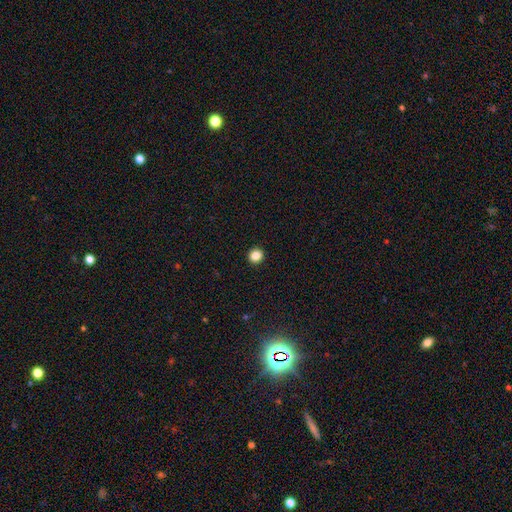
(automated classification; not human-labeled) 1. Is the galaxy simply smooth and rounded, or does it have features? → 85% smooth, 11% star or artifact, 4% featured or disk.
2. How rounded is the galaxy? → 87% round, 12% in between, 1% cigar-shaped.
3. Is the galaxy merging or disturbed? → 93% none, 4% minor disturbance, 1% major disturbance, 1% merger.